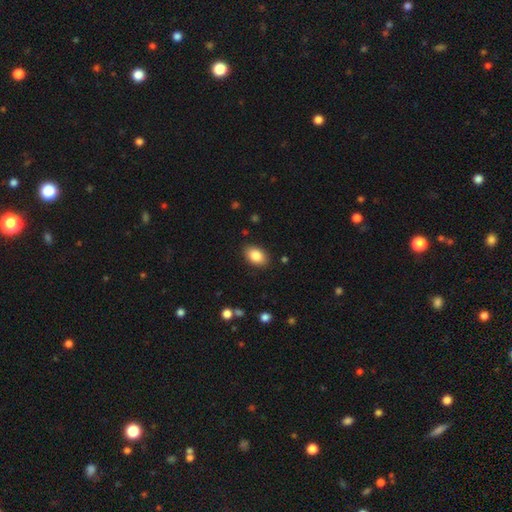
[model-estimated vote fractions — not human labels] Smooth or featured: smooth — 86% (star or artifact — 7%)
How rounded: in between — 87% (round — 12%)
Merging: none — 88% (minor disturbance — 9%)